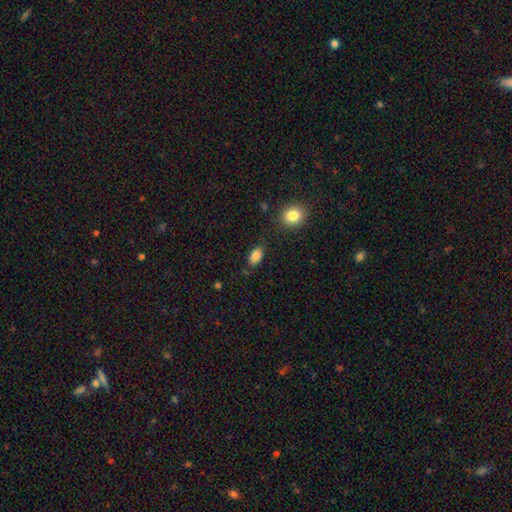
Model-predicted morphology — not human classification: smooth_or_featured: smooth (p=0.86) [alt: star or artifact p=0.09]
how_rounded: in between (p=0.90) [alt: round p=0.07]
merging: none (p=0.81) [alt: minor disturbance p=0.13]